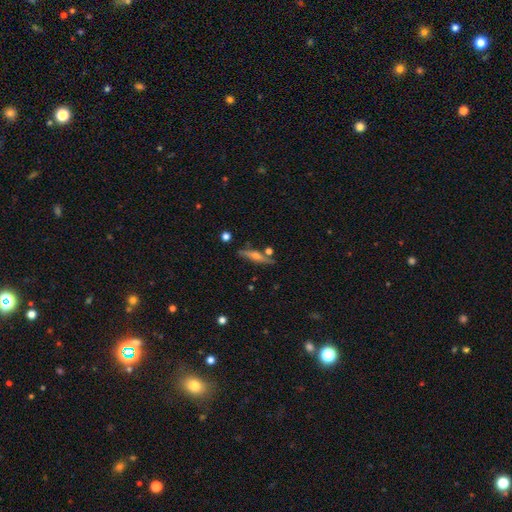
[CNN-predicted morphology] Q: Smooth or featured?
A: featured or disk (64%); runner-up: smooth (28%)
Q: Edge-on disk?
A: yes (94%); runner-up: no (6%)
Q: Edge-on bulge?
A: rounded (83%); runner-up: none (9%)
Q: Merging?
A: none (79%); runner-up: minor disturbance (12%)